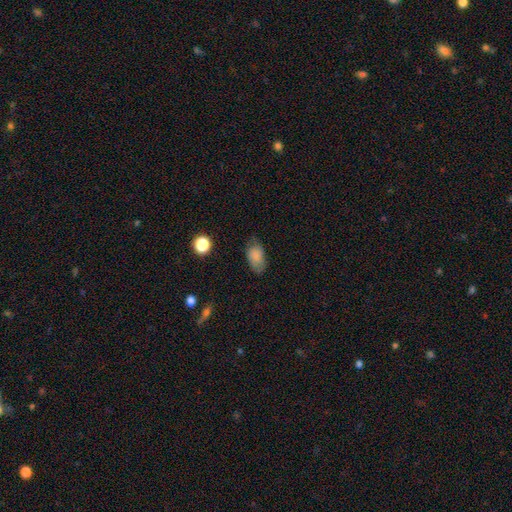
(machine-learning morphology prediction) smooth_or_featured: smooth (p=0.82) [alt: star or artifact p=0.09]
how_rounded: in between (p=0.91) [alt: round p=0.07]
merging: none (p=0.67) [alt: minor disturbance p=0.25]